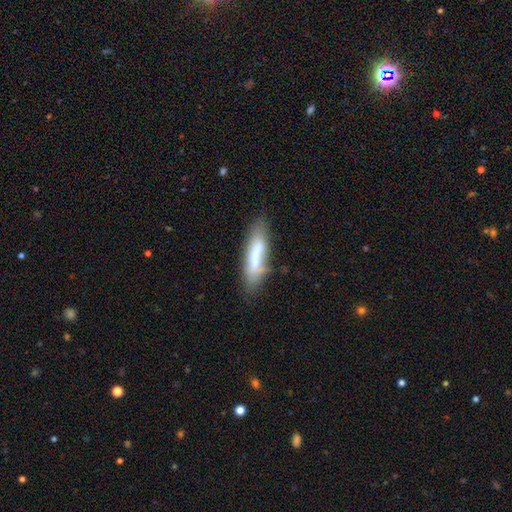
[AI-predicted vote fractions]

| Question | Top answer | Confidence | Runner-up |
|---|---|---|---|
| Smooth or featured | smooth | 64% | featured or disk (29%) |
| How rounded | cigar-shaped | 71% | in between (27%) |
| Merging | none | 61% | minor disturbance (24%) |